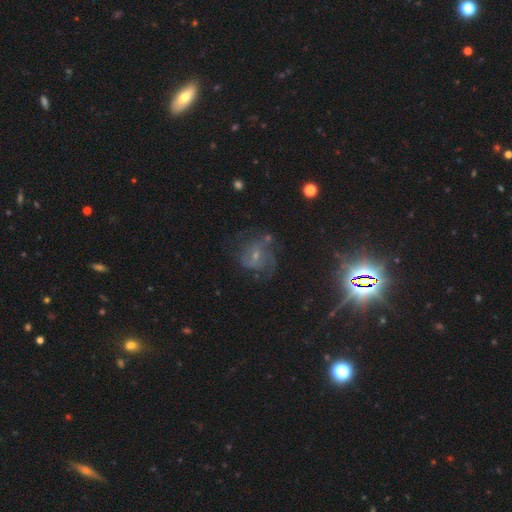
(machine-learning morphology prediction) smooth-or-featured: featured or disk: 64% | smooth: 19% | star or artifact: 17%
  disk-edge-on: no: 97% | yes: 3%
    bar: no: 50% | weak: 41% | strong: 9%
    has-spiral-arms: yes: 80% | no: 20%
    bulge-size: small: 64% | moderate: 28% | none: 5% | large: 2% | dominant: 1%
  merging: none: 52% | major disturbance: 23% | minor disturbance: 21% | merger: 4%